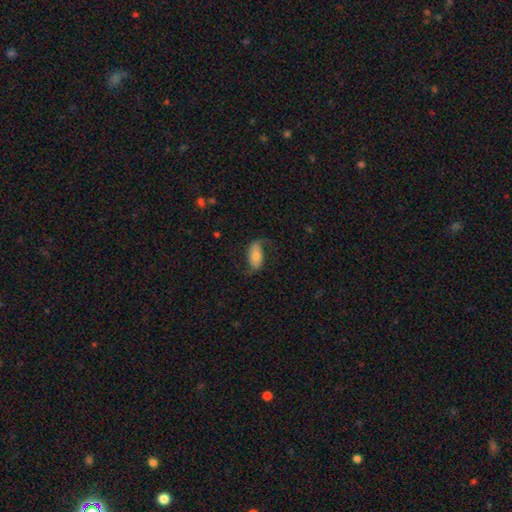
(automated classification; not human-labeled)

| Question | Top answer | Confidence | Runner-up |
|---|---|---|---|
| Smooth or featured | featured or disk | 54% | smooth (38%) |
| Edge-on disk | no | 94% | yes (6%) |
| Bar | no | 48% | weak (30%) |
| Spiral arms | yes | 88% | no (12%) |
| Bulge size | moderate | 40% | small (36%) |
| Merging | none | 66% | minor disturbance (19%) |